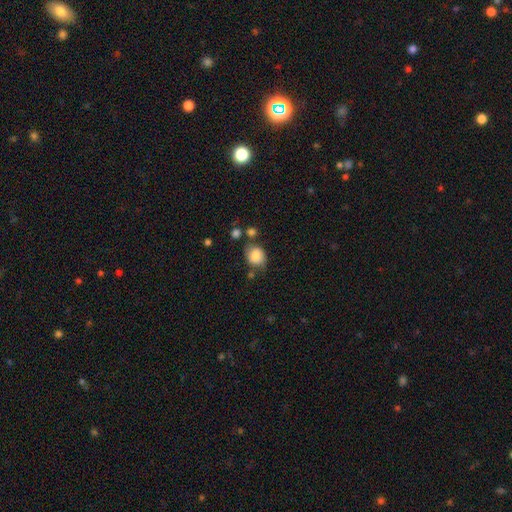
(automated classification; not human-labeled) Overall: smooth (83%). How rounded: round (54%; in between 45%). Merging: none (63%).